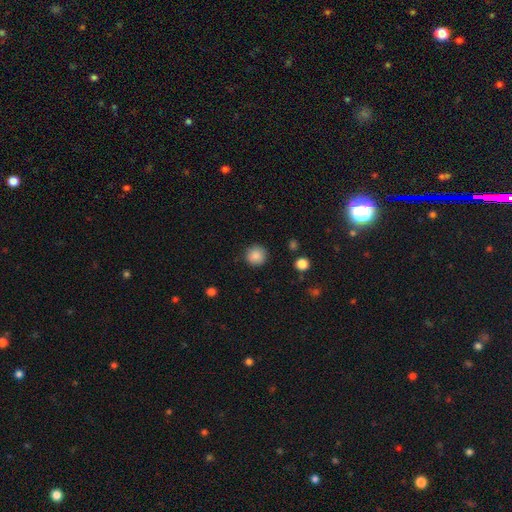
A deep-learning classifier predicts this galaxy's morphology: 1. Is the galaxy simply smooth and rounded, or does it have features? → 87% smooth, 9% star or artifact, 3% featured or disk.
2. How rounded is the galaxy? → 94% round, 5% in between, 1% cigar-shaped.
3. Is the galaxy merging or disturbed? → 90% none, 7% minor disturbance, 2% major disturbance, 1% merger.